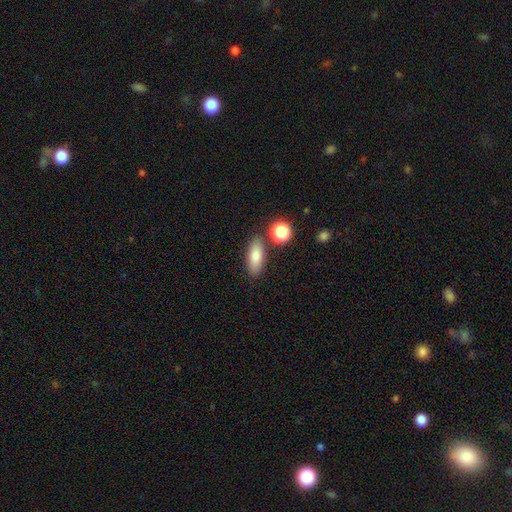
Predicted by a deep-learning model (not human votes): smooth_or_featured: smooth (p=0.80) [alt: featured or disk p=0.12]
how_rounded: in between (p=0.74) [alt: cigar-shaped p=0.20]
merging: none (p=0.79) [alt: minor disturbance p=0.11]